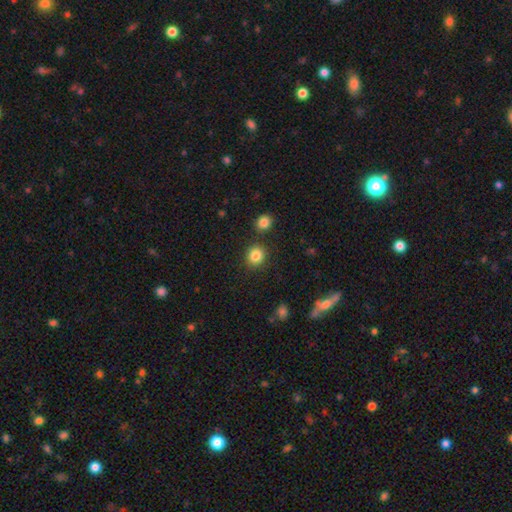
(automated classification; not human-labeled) Smooth or featured?
  - smooth: 84% *
  - star or artifact: 11%
  - featured or disk: 5%
How rounded?
  - round: 86% *
  - in between: 13%
  - cigar-shaped: 1%
Merging?
  - none: 84% *
  - minor disturbance: 8%
  - merger: 6%
  - major disturbance: 3%